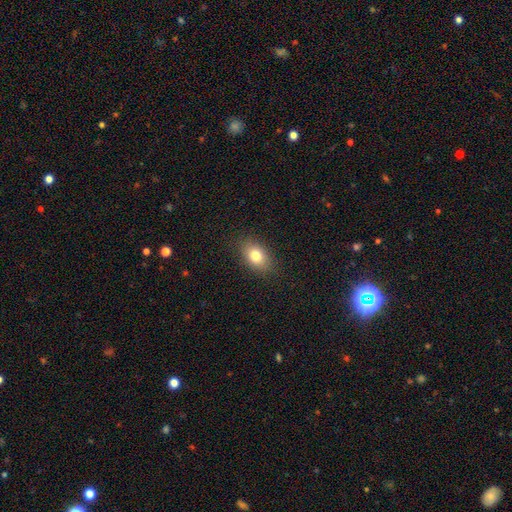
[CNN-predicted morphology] A smooth galaxy with no disk features (80%) that is in between round and cigar-shaped (82%).

Vote fractions:
- Smooth or featured? smooth: 80% / featured or disk: 11% / star or artifact: 9%
- How rounded? in between: 82% / round: 16% / cigar-shaped: 2%
- Merging? none: 86% / minor disturbance: 10% / major disturbance: 3% / merger: 1%